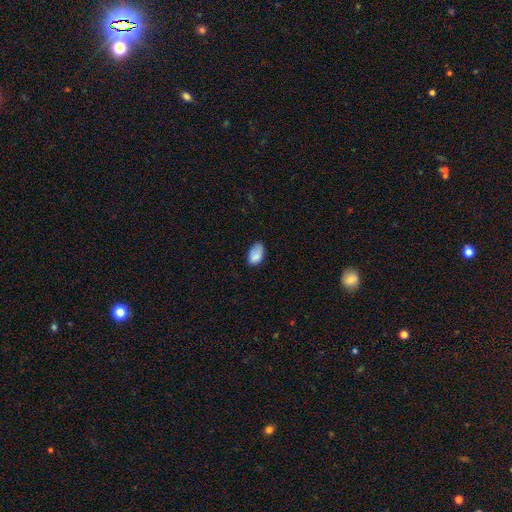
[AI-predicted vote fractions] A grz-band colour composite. It shows a smooth galaxy with no disk features (83%) that is in between round and cigar-shaped (91%). Merging: none (57%).